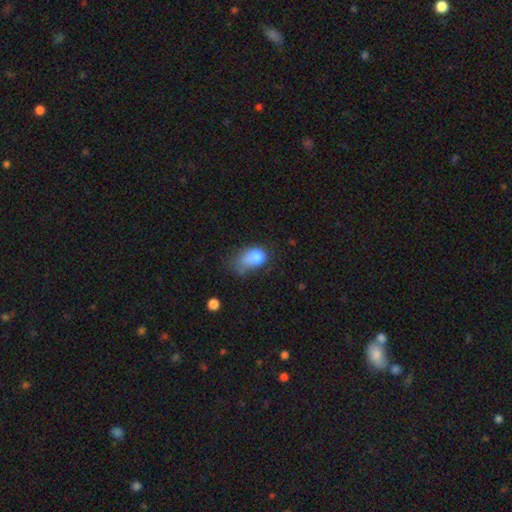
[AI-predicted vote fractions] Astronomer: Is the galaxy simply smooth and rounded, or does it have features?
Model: smooth — 76%.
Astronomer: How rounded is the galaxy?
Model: in between — 76%.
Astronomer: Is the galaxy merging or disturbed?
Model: major disturbance — 40% (runner-up: minor disturbance, 31%).